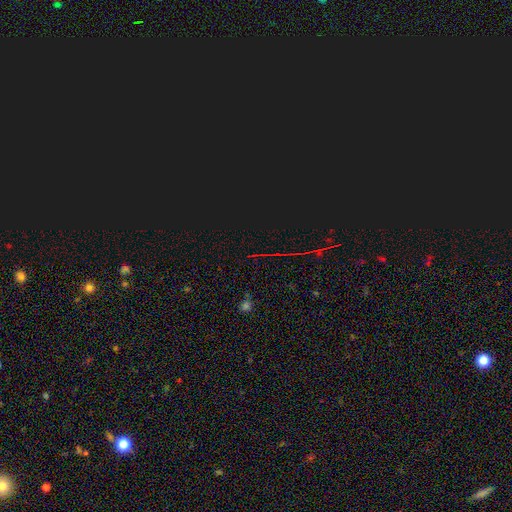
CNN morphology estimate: type=star or artifact (82%).